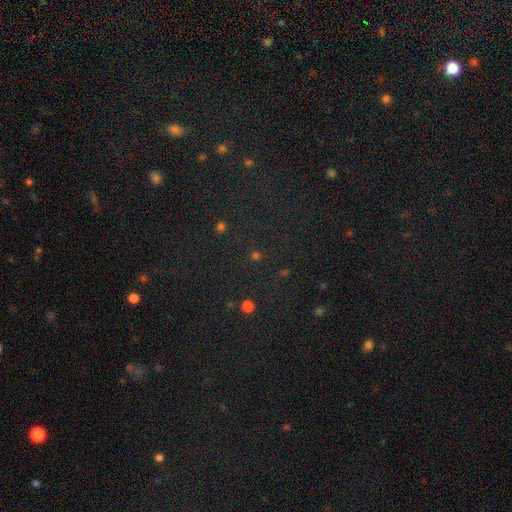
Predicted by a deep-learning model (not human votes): Smooth or featured: star or artifact — 56% (smooth — 36%)